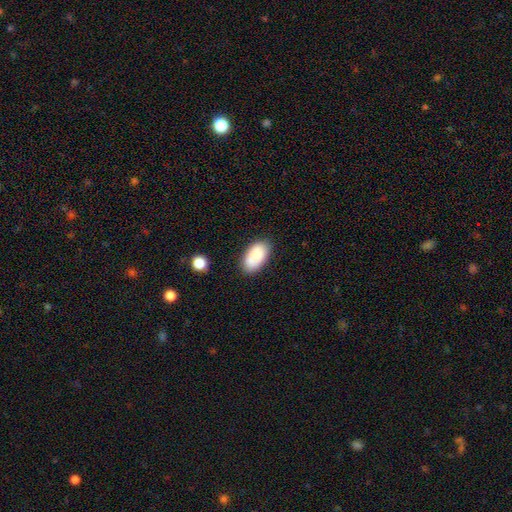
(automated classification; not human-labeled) Smooth or featured: smooth — 85% (featured or disk — 8%)
How rounded: in between — 94% (round — 3%)
Merging: none — 77% (minor disturbance — 15%)